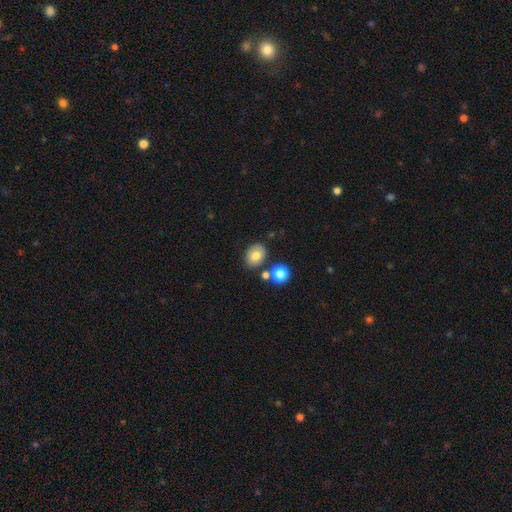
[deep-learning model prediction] smooth-or-featured: smooth: 76% | featured or disk: 14% | star or artifact: 11%
  how-rounded: in between: 52% | round: 47% | cigar-shaped: 1%
  merging: none: 77% | minor disturbance: 11% | merger: 10% | major disturbance: 3%